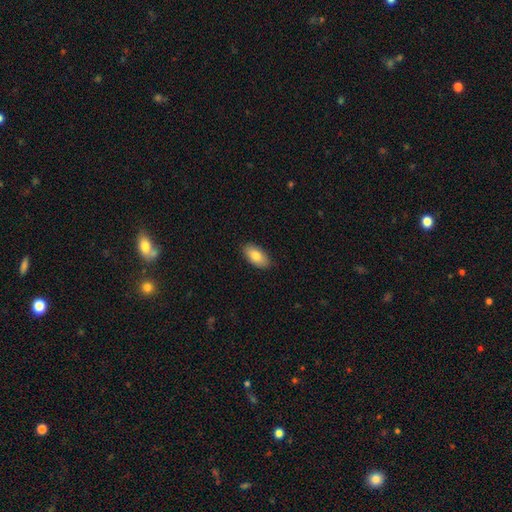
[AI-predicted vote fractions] A smooth galaxy with no disk features (83%) that is in between round and cigar-shaped (94%). Merging: none (88%).